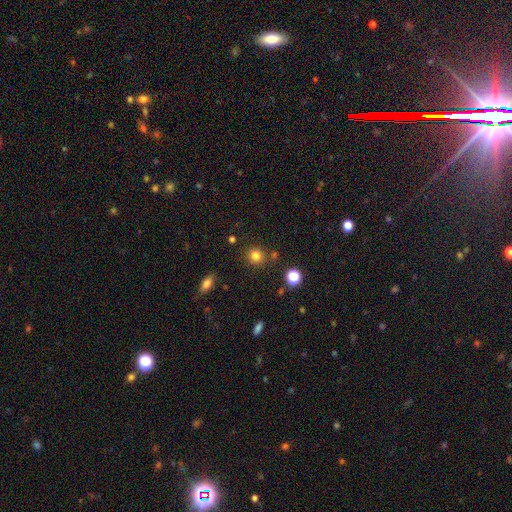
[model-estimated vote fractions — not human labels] Smooth or featured? Predicted: smooth (p=0.80). How rounded? Predicted: round (p=0.86). Merging? Predicted: none (p=0.82).